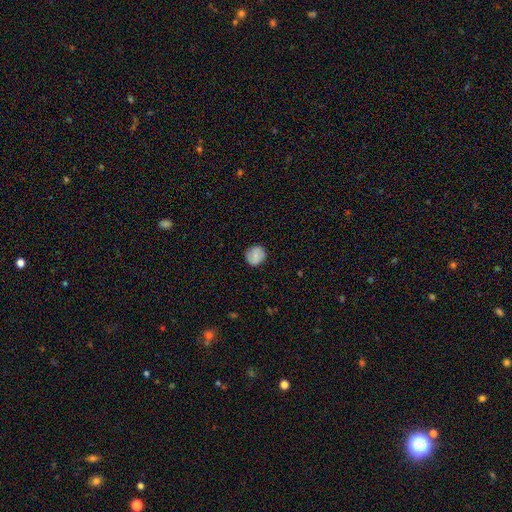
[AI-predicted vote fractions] Smooth or featured? Predicted: smooth (p=0.79). How rounded? Predicted: round (p=0.87). Merging? Predicted: none (p=0.85).